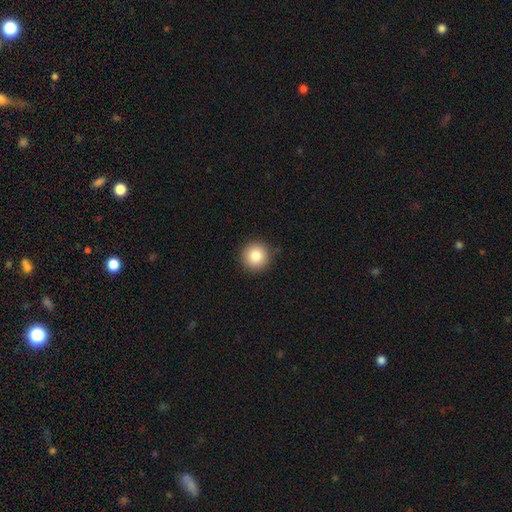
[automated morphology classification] smooth 84%, star or artifact 9%, featured or disk 7%. Down the decision tree: how rounded — round (95%); merging — none (90%).